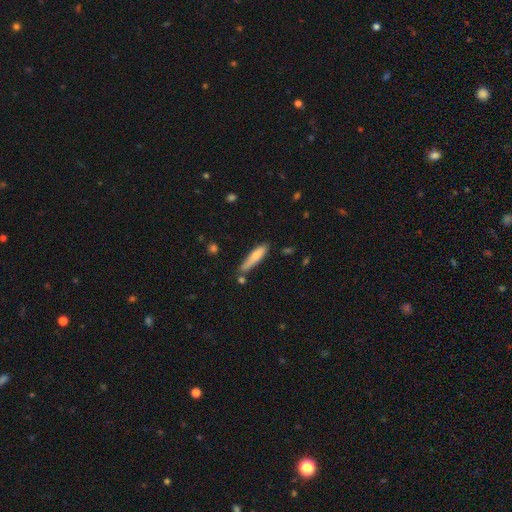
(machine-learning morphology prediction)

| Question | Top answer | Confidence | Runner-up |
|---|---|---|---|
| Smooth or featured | smooth | 74% | featured or disk (20%) |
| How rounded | cigar-shaped | 83% | in between (16%) |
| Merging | none | 67% | minor disturbance (21%) |